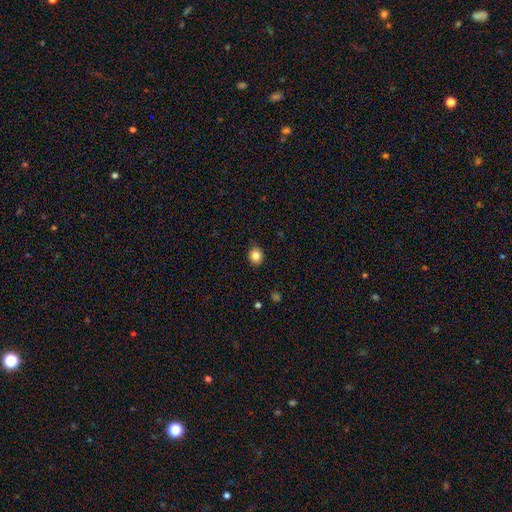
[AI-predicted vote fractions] This is clearly a smooth galaxy (84%). How rounded: likely round (69%). Merging: clearly none (88%).